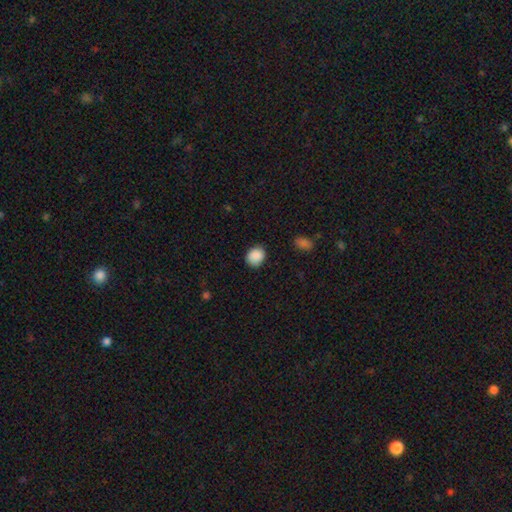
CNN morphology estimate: Smooth or featured? smooth (88%)
How rounded? round (60%)
Merging? none (81%)